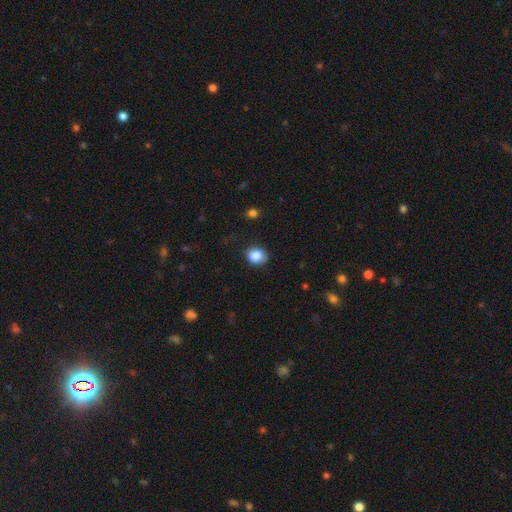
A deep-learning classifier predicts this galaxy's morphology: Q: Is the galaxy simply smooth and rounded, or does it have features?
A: smooth — 86%.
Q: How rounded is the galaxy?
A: round — 67%.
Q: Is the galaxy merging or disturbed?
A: none — 79%.